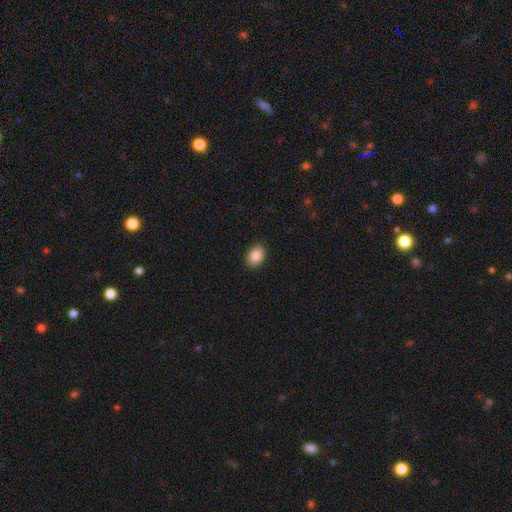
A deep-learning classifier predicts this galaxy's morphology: smooth-or-featured: smooth: 86% | star or artifact: 8% | featured or disk: 6%
  how-rounded: in between: 74% | round: 25% | cigar-shaped: 1%
  merging: none: 89% | minor disturbance: 8% | major disturbance: 2% | merger: 1%